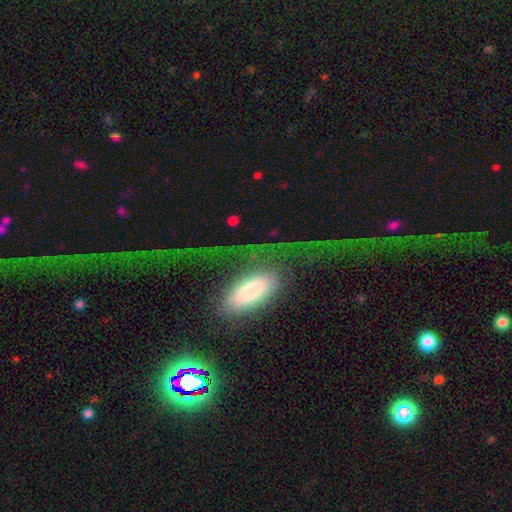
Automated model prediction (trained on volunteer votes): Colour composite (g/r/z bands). It shows a featured or disk galaxy (51%) viewed edge-on (52%). Merging: none (50%).